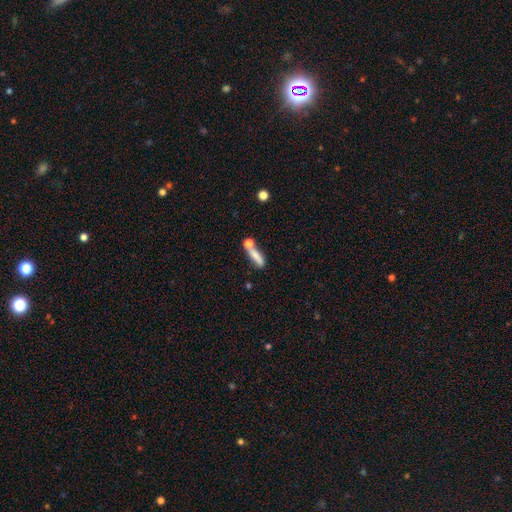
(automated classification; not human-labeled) smooth-or-featured: smooth: 75% | featured or disk: 16% | star or artifact: 9%
  how-rounded: cigar-shaped: 61% | in between: 33% | round: 6%
  merging: none: 45% | merger: 34% | minor disturbance: 14% | major disturbance: 7%